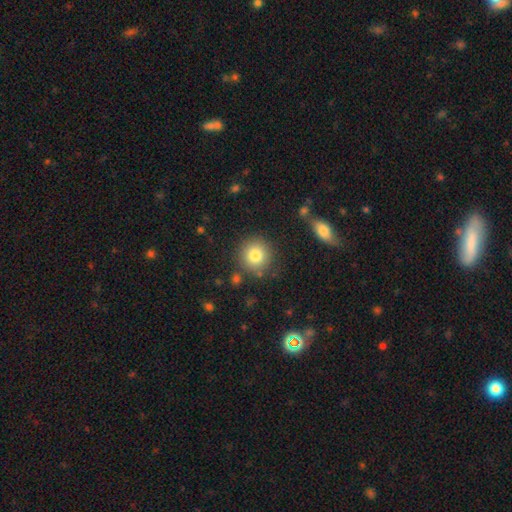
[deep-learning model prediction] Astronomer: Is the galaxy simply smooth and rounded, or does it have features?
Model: smooth — 79%.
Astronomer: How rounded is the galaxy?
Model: round — 93%.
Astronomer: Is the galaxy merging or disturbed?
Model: none — 85%.